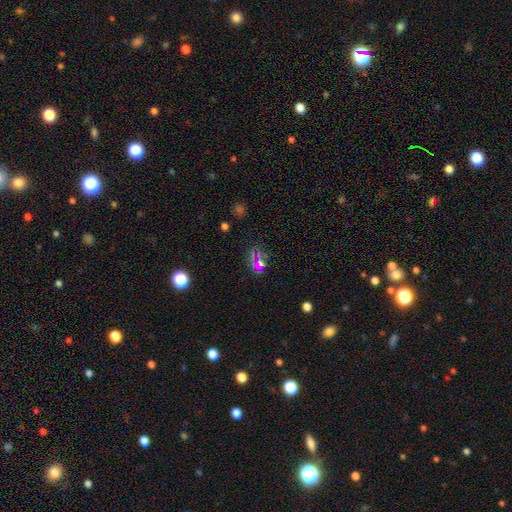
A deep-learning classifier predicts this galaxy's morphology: type=star or artifact (44%).